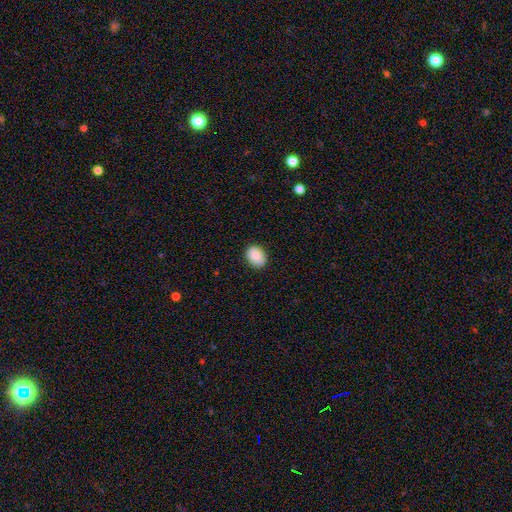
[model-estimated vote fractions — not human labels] Smooth or featured?
  - smooth: 89% *
  - star or artifact: 7%
  - featured or disk: 4%
How rounded?
  - in between: 65% *
  - round: 34%
  - cigar-shaped: 1%
Merging?
  - none: 88% *
  - minor disturbance: 9%
  - major disturbance: 2%
  - merger: 1%